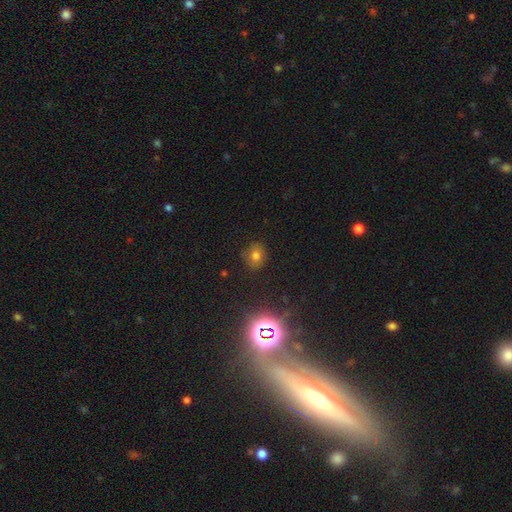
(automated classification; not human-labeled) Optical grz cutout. It shows a smooth galaxy with no disk features (67%) that is round (72%). Merging: none (81%).